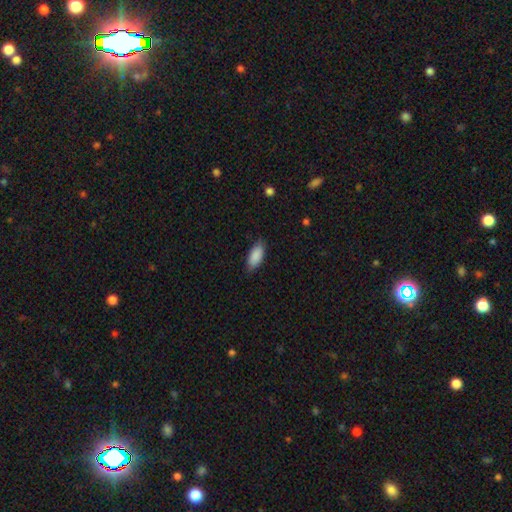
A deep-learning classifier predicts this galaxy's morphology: Overall: smooth (89%). How rounded: in between (86%). Merging: none (82%).